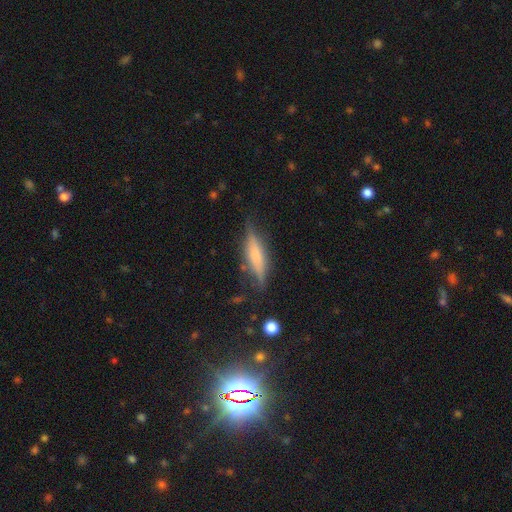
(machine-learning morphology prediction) type=smooth (48%); merging=none (73%).